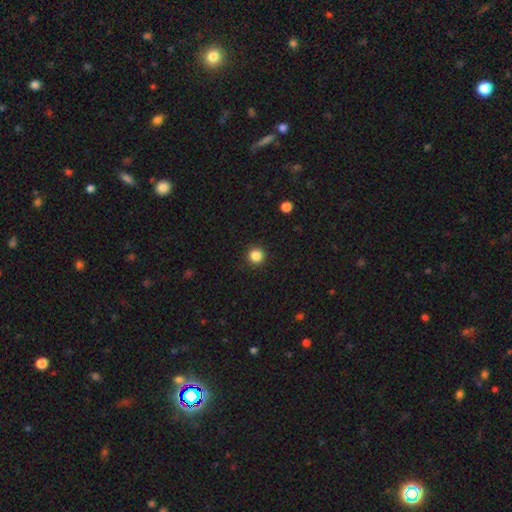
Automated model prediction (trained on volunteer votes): This appears to be a smooth galaxy with no disk features (86%) that is round (94%). Merging: none (92%).